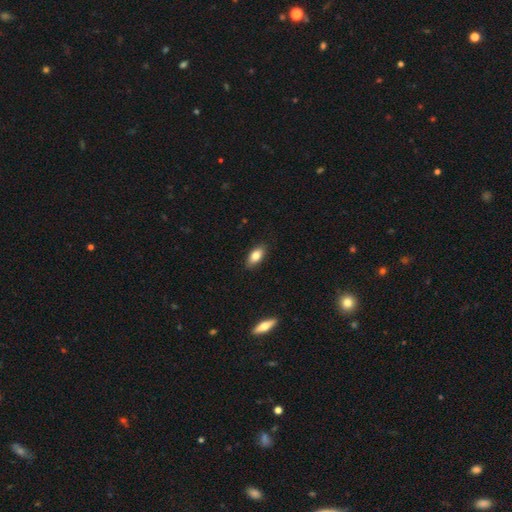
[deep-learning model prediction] This appears to be a smooth galaxy with no disk features (79%) that is in between round and cigar-shaped (86%). Merging: none (87%).